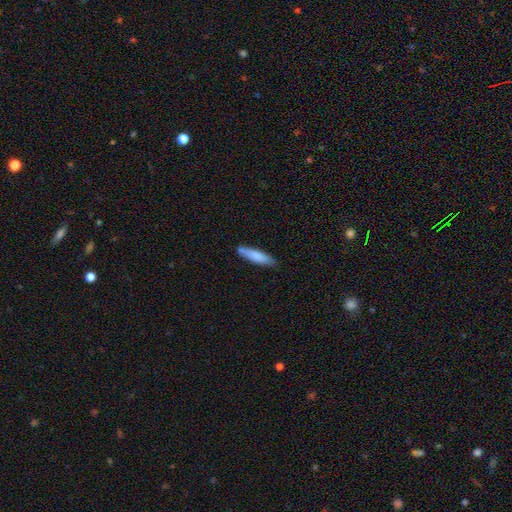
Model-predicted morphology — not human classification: A smooth galaxy with no disk features (78%) that is cigar-shaped (77%). Merging: none (80%).